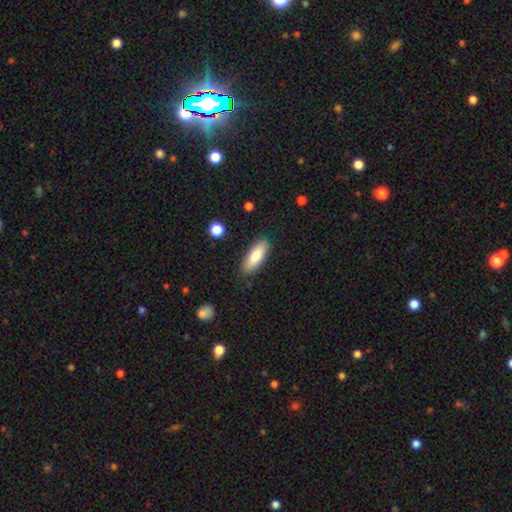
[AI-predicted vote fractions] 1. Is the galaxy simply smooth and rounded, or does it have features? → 81% smooth, 13% featured or disk, 6% star or artifact.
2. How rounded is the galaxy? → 69% in between, 29% cigar-shaped, 2% round.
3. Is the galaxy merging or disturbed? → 84% none, 12% minor disturbance, 3% major disturbance, 2% merger.